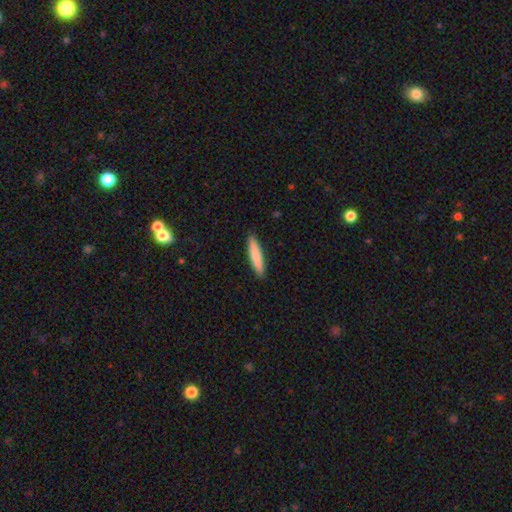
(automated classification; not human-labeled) A smooth galaxy with no disk features (83%) that is cigar-shaped (87%). Merging: none (91%).